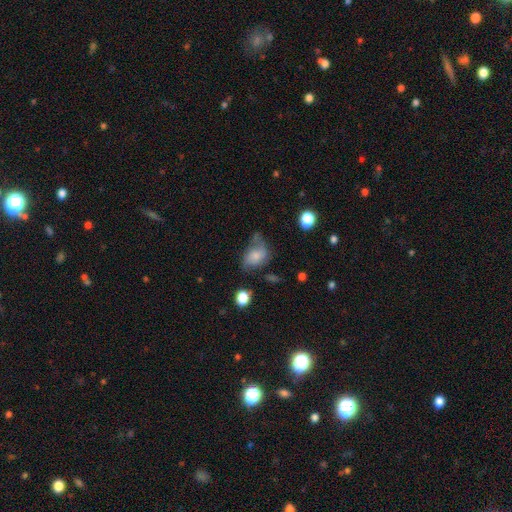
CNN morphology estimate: This appears to be a smooth galaxy with no disk features (62%) that is in between round and cigar-shaped (74%). Merging: none (37%).